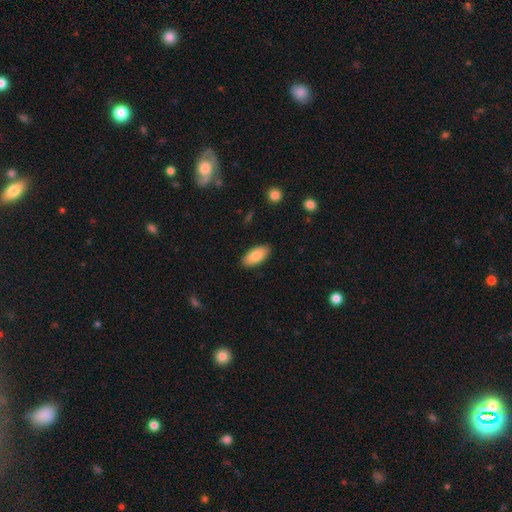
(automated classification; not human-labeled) Smooth or featured? smooth (83%)
How rounded? in between (92%)
Merging? none (88%)